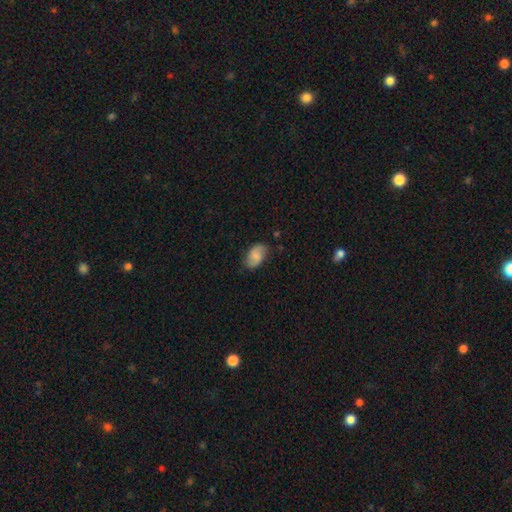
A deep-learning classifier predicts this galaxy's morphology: smooth_or_featured: smooth (p=0.52) [alt: featured or disk p=0.41]
how_rounded: in between (p=0.89) [alt: round p=0.10]
merging: none (p=0.72) [alt: minor disturbance p=0.21]